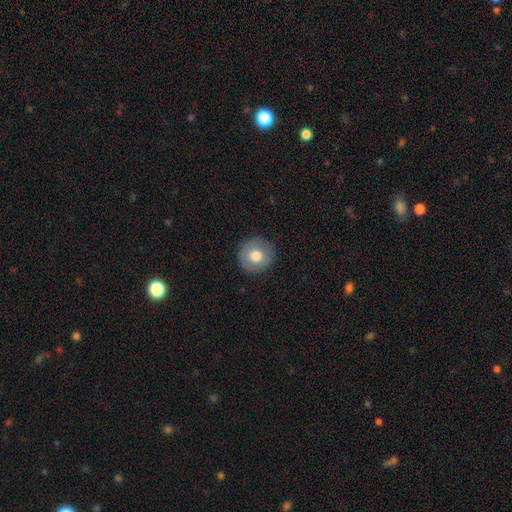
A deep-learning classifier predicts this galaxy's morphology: Smooth or featured?
  - smooth: 74% *
  - featured or disk: 19%
  - star or artifact: 8%
How rounded?
  - round: 93% *
  - in between: 6%
  - cigar-shaped: 1%
Merging?
  - none: 89% *
  - minor disturbance: 8%
  - major disturbance: 2%
  - merger: 1%